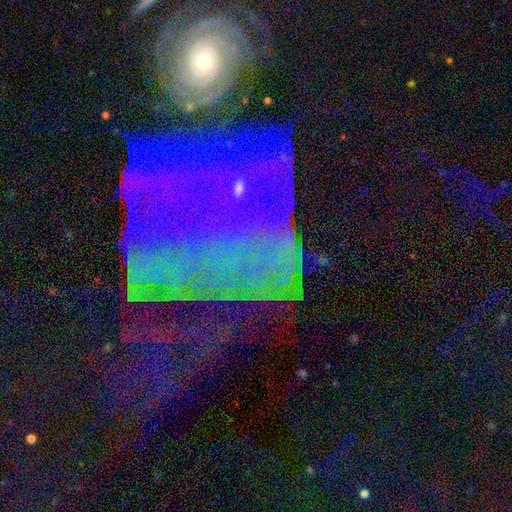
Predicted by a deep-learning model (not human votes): Smooth or featured?
  - featured or disk: 47% *
  - star or artifact: 34%
  - smooth: 18%
Merging?
  - none: 38% *
  - major disturbance: 31%
  - merger: 16%
  - minor disturbance: 14%